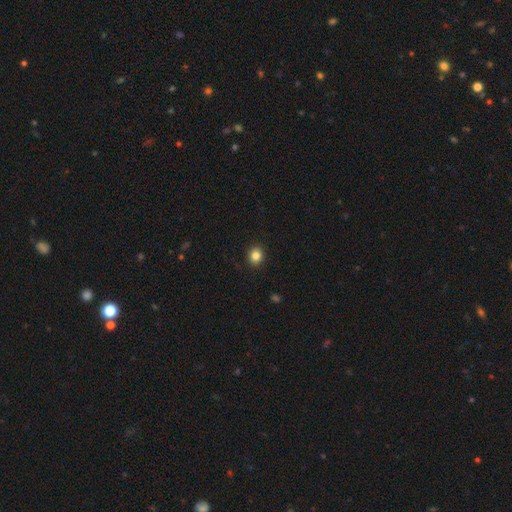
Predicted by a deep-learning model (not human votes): The model was most divided on "how rounded": round: 77%, in between: 22%, cigar-shaped: 1%. More confident: merging — none (91%); smooth or featured — smooth (85%).